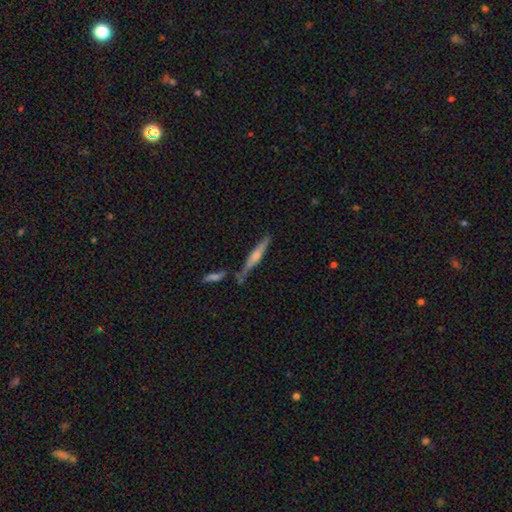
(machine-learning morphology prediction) This appears to be a featured or disk galaxy (61%) viewed edge-on (95%) with a rounded central bulge (73%). Merging: none (70%).